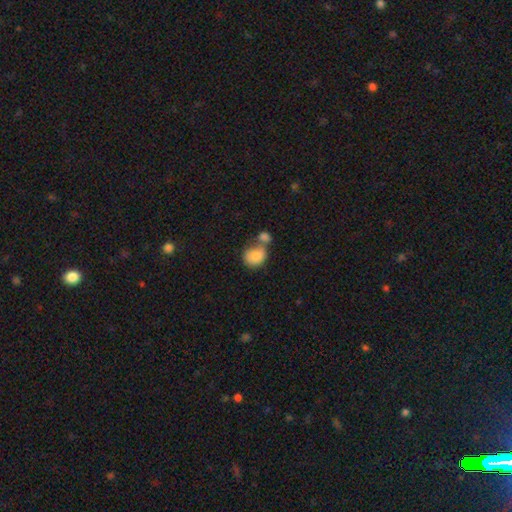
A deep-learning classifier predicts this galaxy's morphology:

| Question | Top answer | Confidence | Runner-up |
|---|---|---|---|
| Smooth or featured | smooth | 85% | featured or disk (8%) |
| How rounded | round | 54% | in between (45%) |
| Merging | merger | 52% | none (32%) |